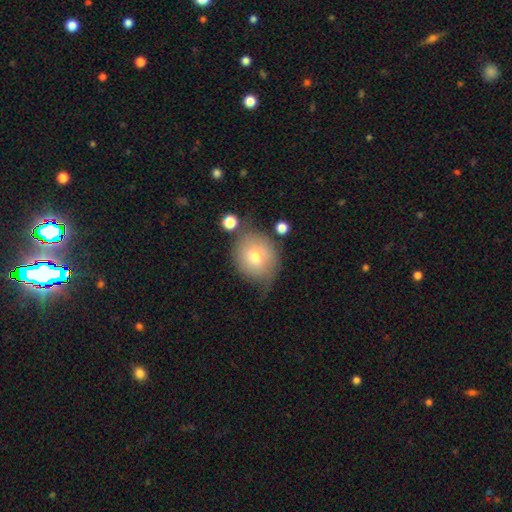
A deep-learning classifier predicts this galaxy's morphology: Q: Smooth or featured?
A: smooth (68%); runner-up: featured or disk (22%)
Q: How rounded?
A: round (72%); runner-up: in between (27%)
Q: Merging?
A: none (52%); runner-up: minor disturbance (28%)